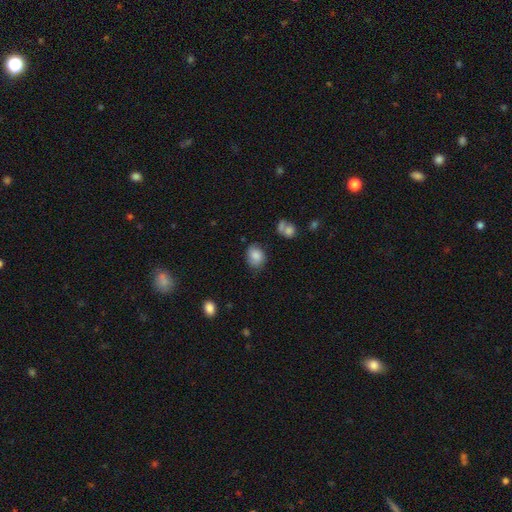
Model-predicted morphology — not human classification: A smooth galaxy with no disk features (81%) that is in between round and cigar-shaped (58%).

Vote fractions:
- Smooth or featured? smooth: 81% / featured or disk: 10% / star or artifact: 9%
- How rounded? in between: 58% / round: 41% / cigar-shaped: 1%
- Merging? none: 73% / minor disturbance: 19% / major disturbance: 5% / merger: 3%